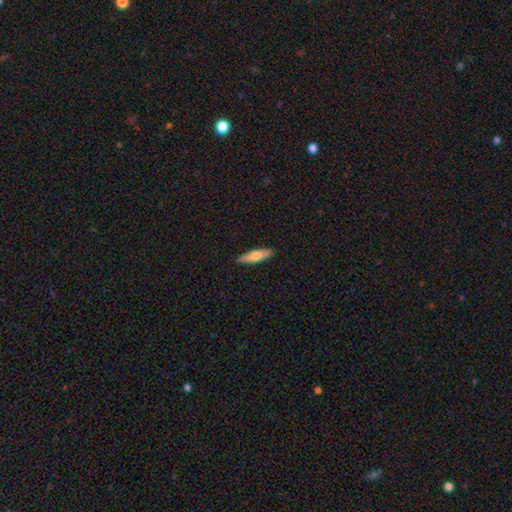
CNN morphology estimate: Smooth or featured? smooth (71%)
How rounded? cigar-shaped (69%)
Merging? none (90%)